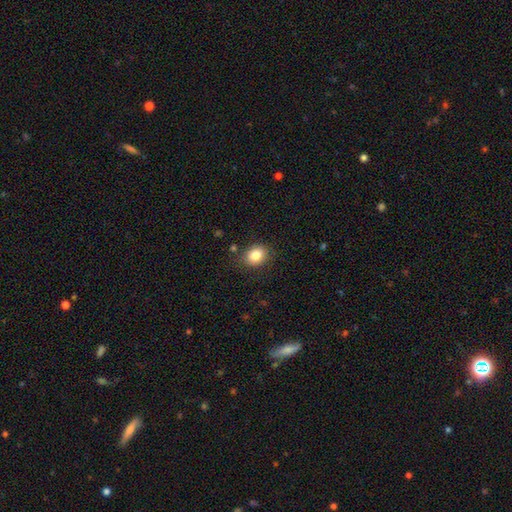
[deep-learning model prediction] smooth_or_featured: smooth (p=0.84) [alt: star or artifact p=0.10]
how_rounded: round (p=0.52) [alt: in between p=0.47]
merging: none (p=0.84) [alt: minor disturbance p=0.11]